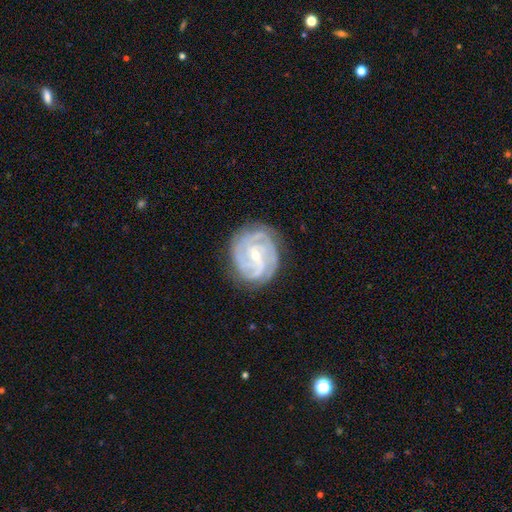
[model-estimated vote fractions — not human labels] Smooth or featured: featured or disk — 89% (star or artifact — 6%)
Edge-on disk: no — 98% (yes — 2%)
Bar: weak — 43% (no — 39%)
Spiral arms: yes — 98% (no — 2%)
Spiral winding: tight — 68% (medium — 28%)
Spiral arm count: 3 — 37% (4 — 25%)
Bulge size: small — 62% (moderate — 35%)
Merging: none — 80% (minor disturbance — 14%)